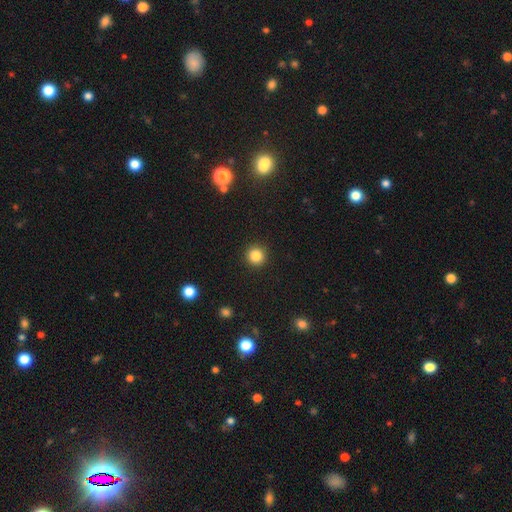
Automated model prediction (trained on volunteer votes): This appears to be a smooth galaxy with no disk features (85%) that is round (95%). Merging: none (92%).